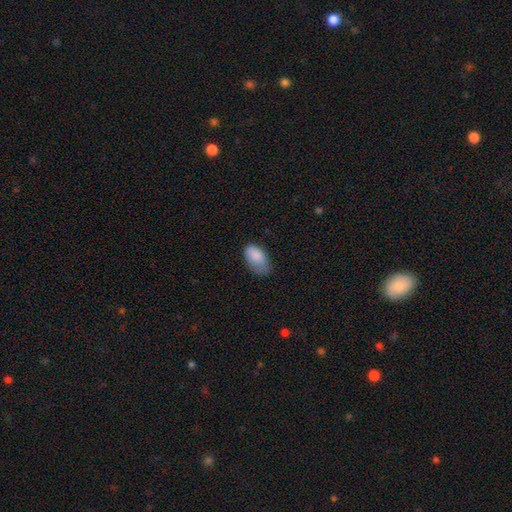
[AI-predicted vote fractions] A smooth galaxy with no disk features (86%) that is in between round and cigar-shaped (94%). Merging: none (48%).